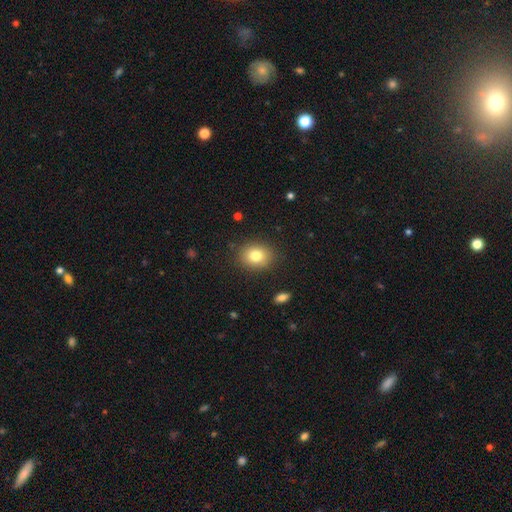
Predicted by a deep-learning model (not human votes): smooth_or_featured: smooth (p=0.80) [alt: star or artifact p=0.11]
how_rounded: round (p=0.58) [alt: in between p=0.41]
merging: none (p=0.87) [alt: minor disturbance p=0.09]